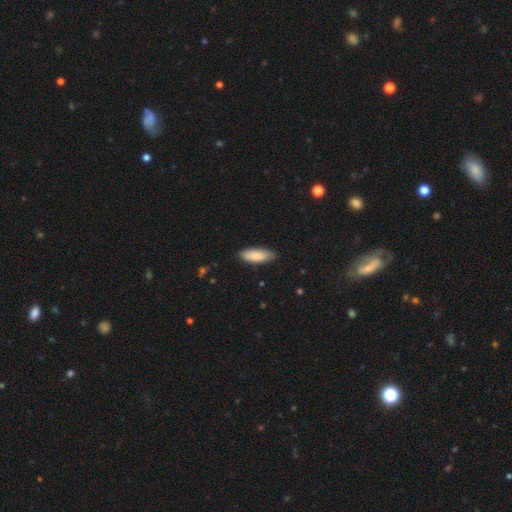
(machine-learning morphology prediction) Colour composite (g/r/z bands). It shows a smooth galaxy with no disk features (87%) that is in between round and cigar-shaped (68%). Merging: none (83%).